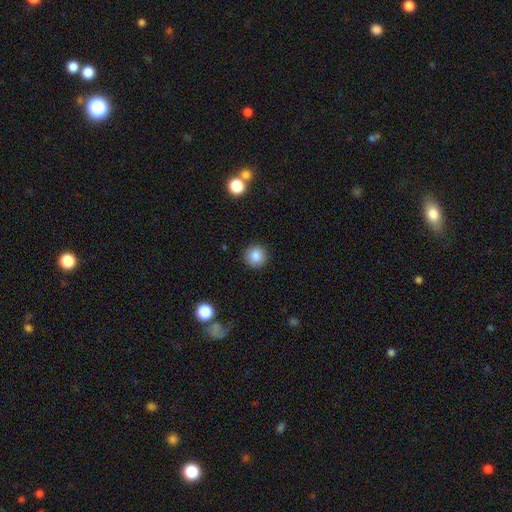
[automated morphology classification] A smooth galaxy with no disk features (85%) that is round (95%). Merging: none (92%).